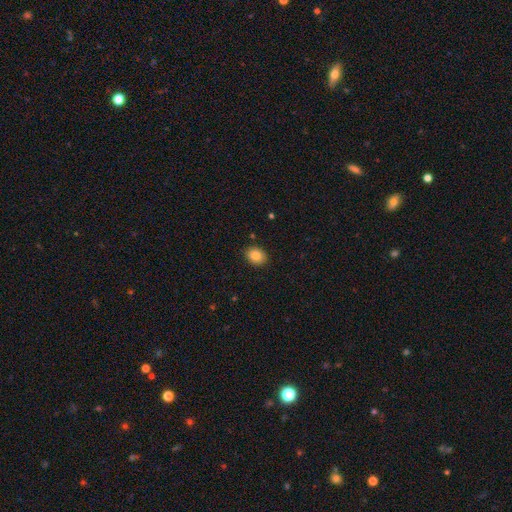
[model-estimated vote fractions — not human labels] This is clearly a smooth galaxy (87%). How rounded: possibly in between (58%). Merging: clearly none (88%).